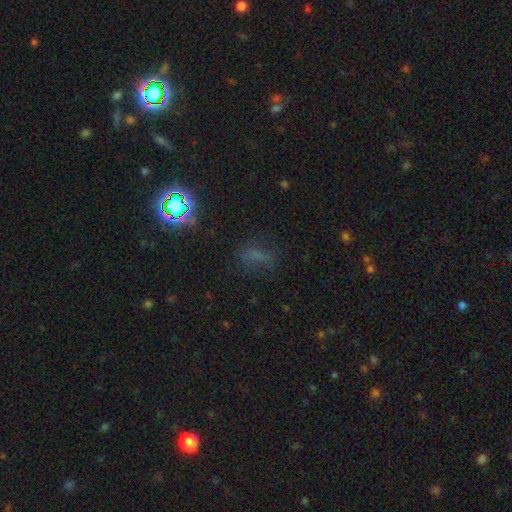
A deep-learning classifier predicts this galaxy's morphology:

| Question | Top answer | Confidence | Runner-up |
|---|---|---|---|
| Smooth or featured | smooth | 49% | star or artifact (38%) |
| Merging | none | 65% | minor disturbance (20%) |